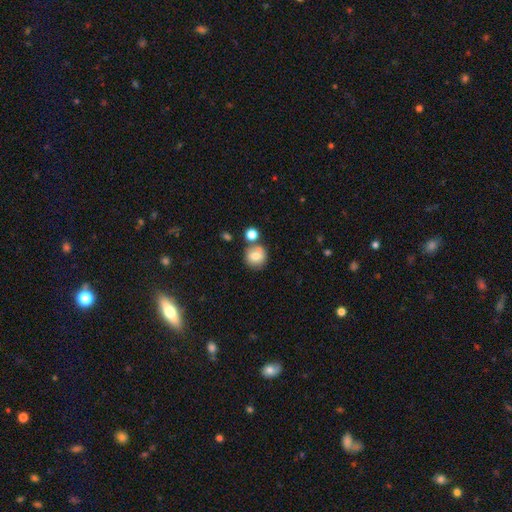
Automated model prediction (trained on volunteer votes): Smooth or featured: smooth — 74% (featured or disk — 16%)
How rounded: round — 88% (in between — 11%)
Merging: none — 62% (merger — 22%)